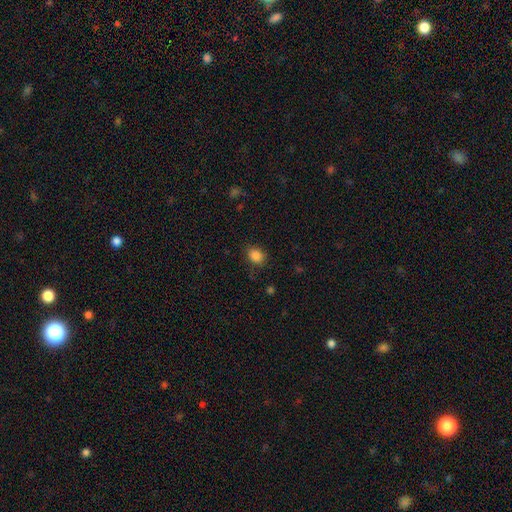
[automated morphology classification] Q: Smooth or featured?
A: smooth (86%); runner-up: star or artifact (10%)
Q: How rounded?
A: in between (50%); runner-up: round (49%)
Q: Merging?
A: none (80%); runner-up: minor disturbance (14%)